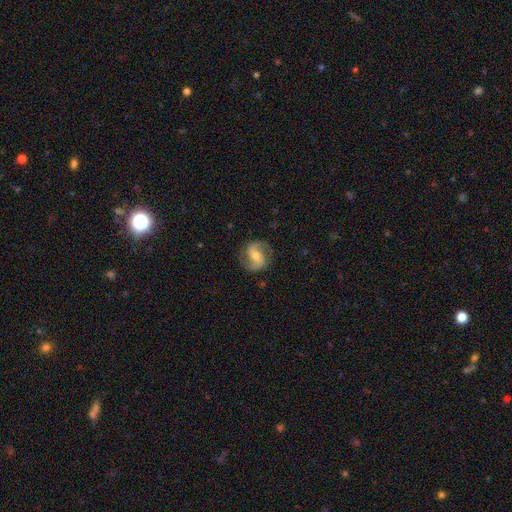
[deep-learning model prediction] Overall: featured or disk (82%). Edge-on disk: no (97%). Bar: weak (41%; strong 32%). Spiral arms: yes (95%). Spiral arm count: 2 (92%). Spiral winding: medium (52%; loose 29%). Bulge size: moderate (53%; small 41%). Merging: none (82%).